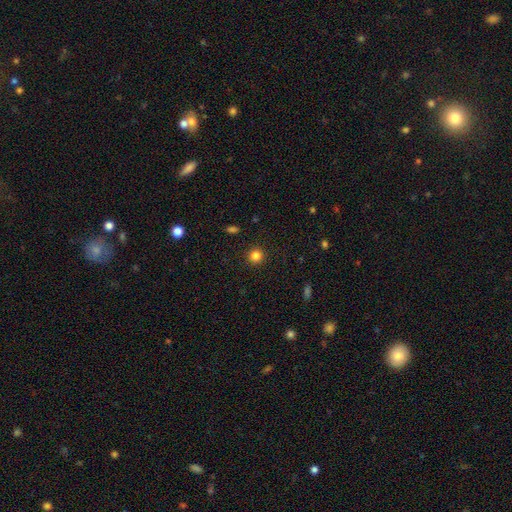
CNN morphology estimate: smooth_or_featured: smooth (p=0.83) [alt: star or artifact p=0.13]
how_rounded: round (p=0.94) [alt: in between p=0.05]
merging: none (p=0.92) [alt: minor disturbance p=0.05]